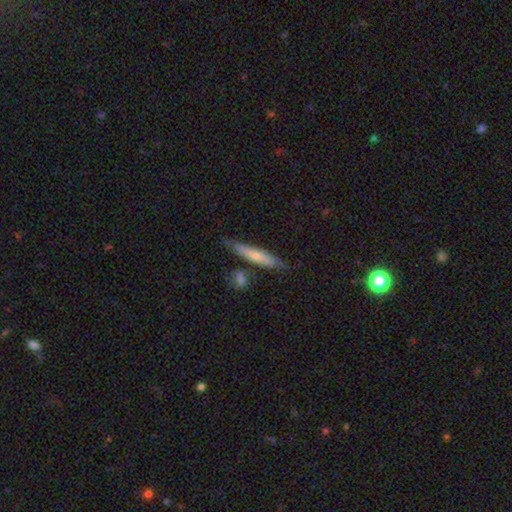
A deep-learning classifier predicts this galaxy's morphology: This appears to be a smooth galaxy with no disk features (60%) that is cigar-shaped (88%). Merging: none (71%).